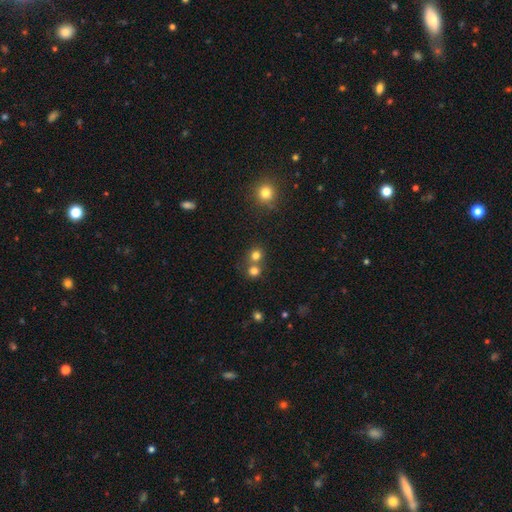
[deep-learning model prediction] Smooth or featured: smooth — 77% (star or artifact — 16%)
How rounded: round — 88% (in between — 11%)
Merging: none — 57% (merger — 35%)